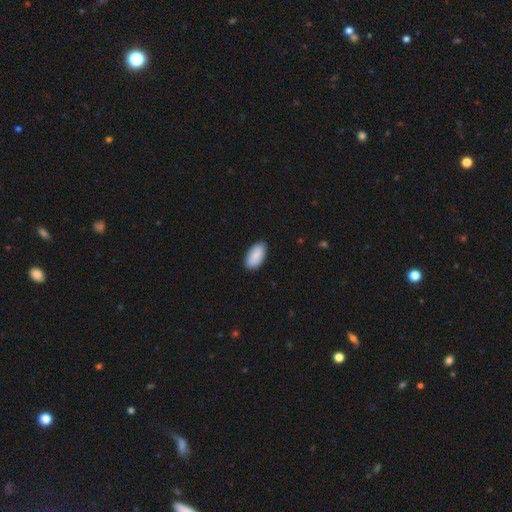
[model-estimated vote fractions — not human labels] Morphology: type=smooth (89%); roundness=in between (95%); merging=none (87%).